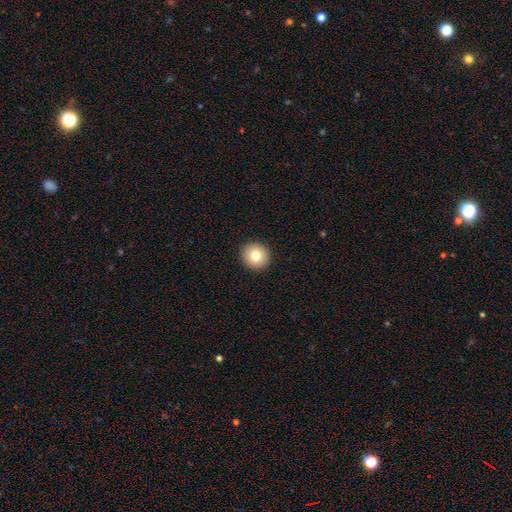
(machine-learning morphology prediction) The model was most divided on "smooth or featured": smooth: 78%, featured or disk: 12%, star or artifact: 10%. More confident: merging — none (93%); how rounded — round (92%).